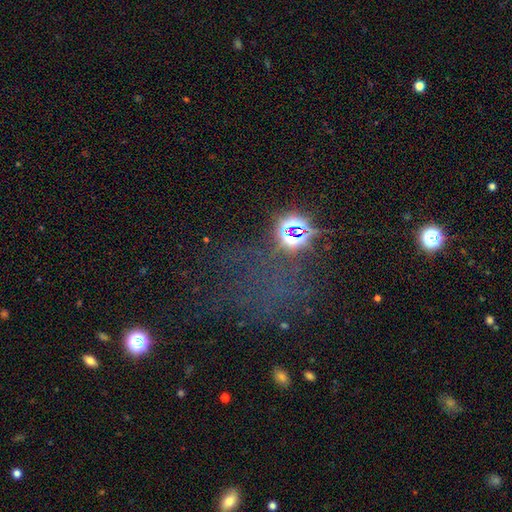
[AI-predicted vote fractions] Morphology: type=star or artifact (53%).